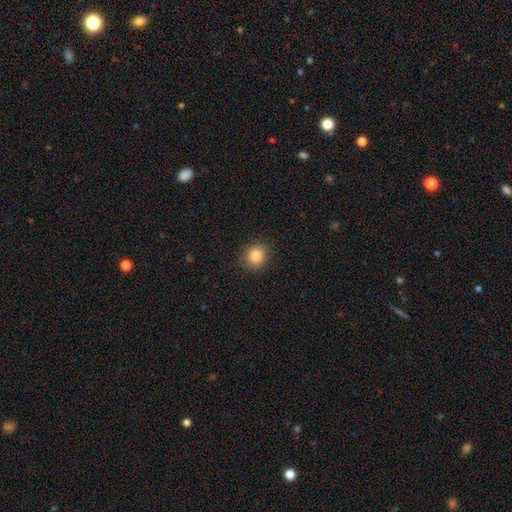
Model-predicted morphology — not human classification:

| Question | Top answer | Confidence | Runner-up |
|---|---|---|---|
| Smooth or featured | smooth | 85% | star or artifact (10%) |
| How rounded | round | 82% | in between (17%) |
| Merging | none | 88% | minor disturbance (8%) |